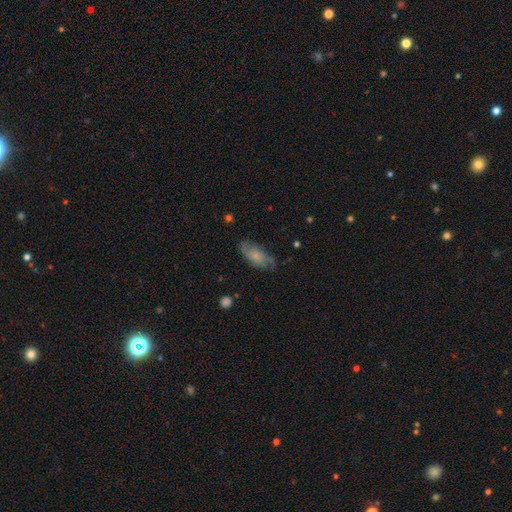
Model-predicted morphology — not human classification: A featured or disk galaxy (49%). Merging: none (69%).